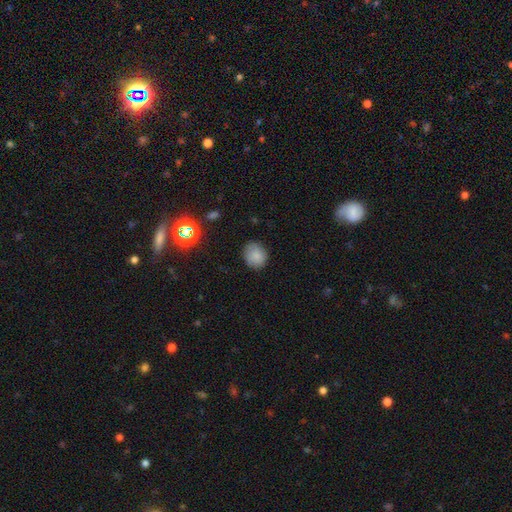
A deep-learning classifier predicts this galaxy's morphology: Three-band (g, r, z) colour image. It shows a smooth galaxy with no disk features (83%) that is round (66%). Merging: none (81%).